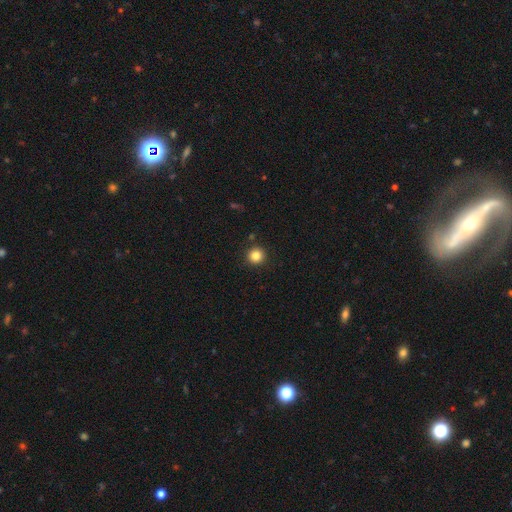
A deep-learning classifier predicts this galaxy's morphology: A smooth galaxy with no disk features (83%) that is round (95%).

Vote fractions:
- Smooth or featured? smooth: 83% / star or artifact: 12% / featured or disk: 5%
- How rounded? round: 95% / in between: 4% / cigar-shaped: 1%
- Merging? none: 91% / minor disturbance: 5% / merger: 2% / major disturbance: 2%